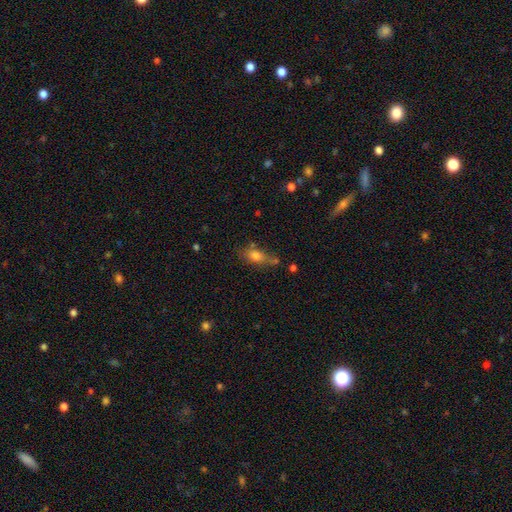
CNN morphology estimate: Smooth or featured? smooth (73%)
How rounded? in between (72%)
Merging? none (54%)